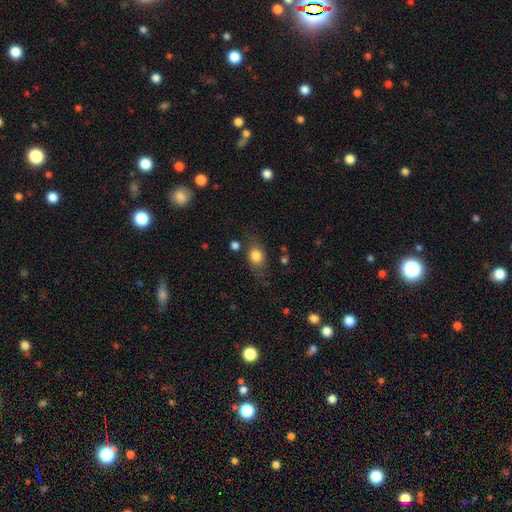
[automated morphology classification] A smooth galaxy with no disk features (78%) that is in between round and cigar-shaped (59%). Merging: none (68%).